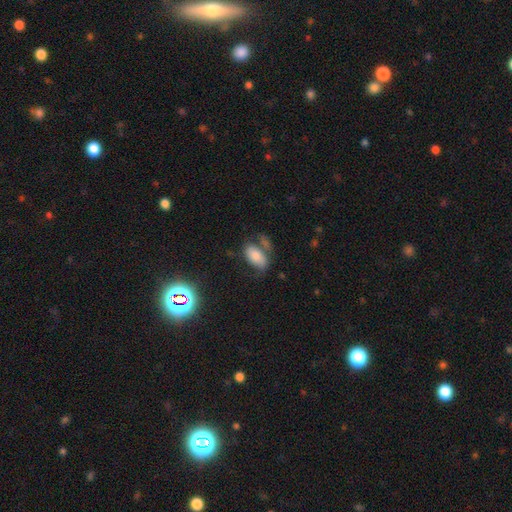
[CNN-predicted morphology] Smooth or featured? Predicted: smooth (p=0.71). How rounded? Predicted: in between (p=0.92). Merging? Predicted: none (p=0.48).